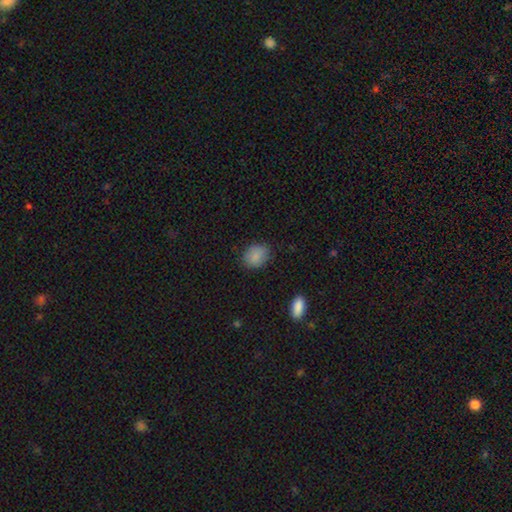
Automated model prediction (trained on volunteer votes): A smooth galaxy with no disk features (87%) that is in between round and cigar-shaped (50%). Merging: none (80%).